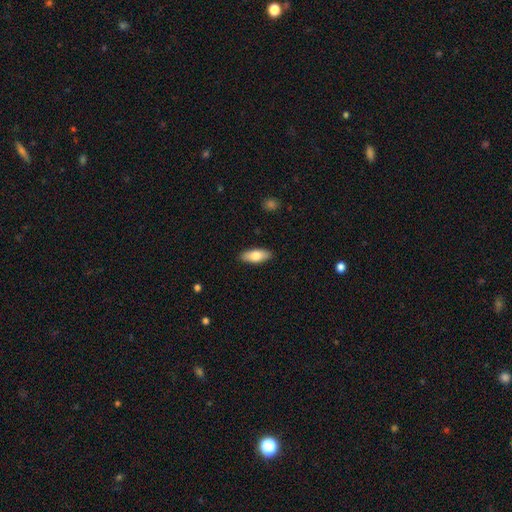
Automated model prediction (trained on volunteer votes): Overall: smooth (76%). How rounded: in between (79%). Merging: none (90%).